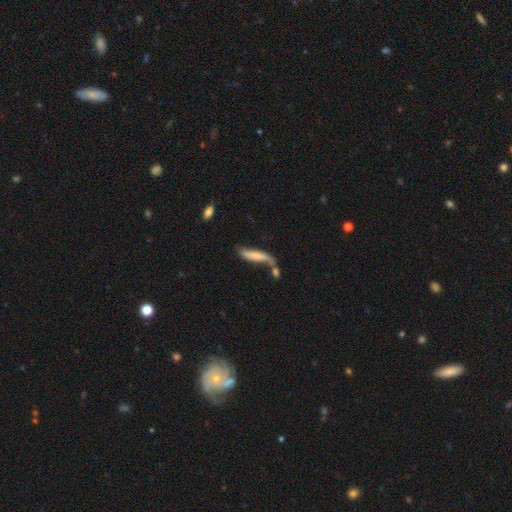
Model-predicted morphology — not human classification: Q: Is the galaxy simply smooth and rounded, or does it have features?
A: smooth — 66%.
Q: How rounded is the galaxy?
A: cigar-shaped — 79%.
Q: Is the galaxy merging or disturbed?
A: none — 38%.